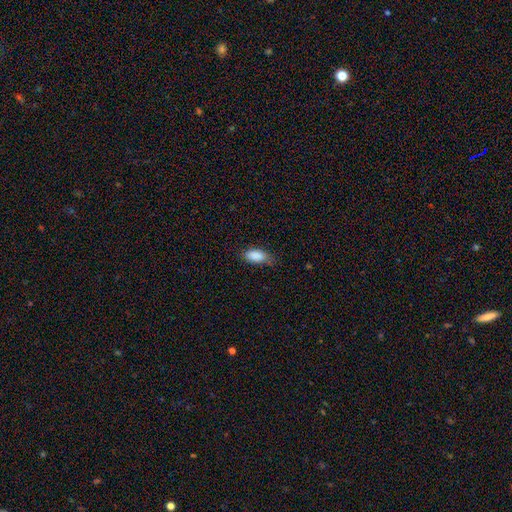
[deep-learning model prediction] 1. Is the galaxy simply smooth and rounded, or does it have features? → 88% smooth, 7% star or artifact, 5% featured or disk.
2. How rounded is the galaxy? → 89% in between, 8% cigar-shaped, 3% round.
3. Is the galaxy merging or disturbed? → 65% none, 28% minor disturbance, 6% major disturbance, 1% merger.